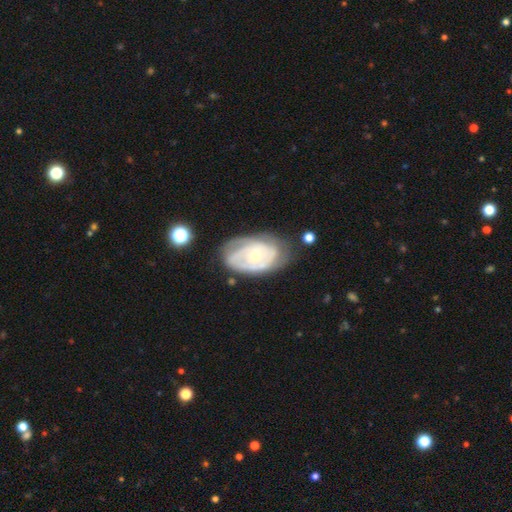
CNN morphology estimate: Overall: featured or disk (73%). Edge-on disk: no (95%). Bar: no (76%). Spiral arms: yes (75%). Spiral arm count: can't tell (50%; 2 25%). Spiral winding: tight (67%). Bulge size: moderate (48%; small 47%). Merging: none (59%; minor disturbance 26%).